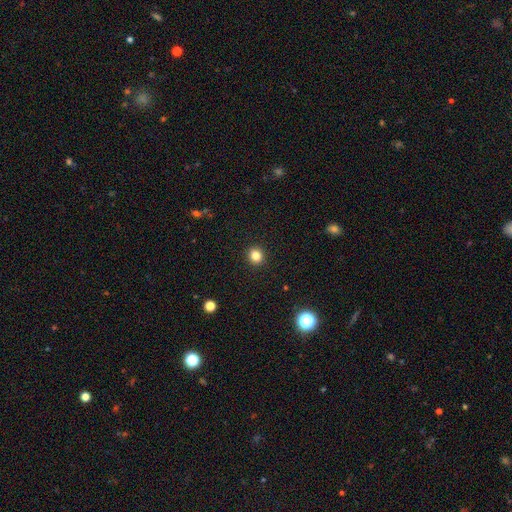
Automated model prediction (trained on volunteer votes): Smooth or featured? smooth (83%)
How rounded? round (88%)
Merging? none (93%)